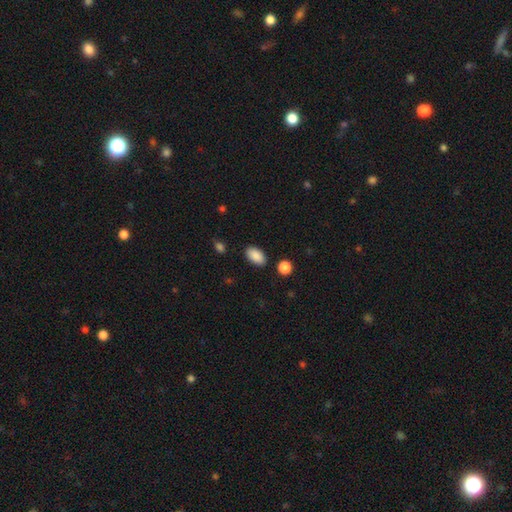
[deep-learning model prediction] A smooth galaxy with no disk features (89%) that is in between round and cigar-shaped (93%).

Vote fractions:
- Smooth or featured? smooth: 89% / star or artifact: 7% / featured or disk: 4%
- How rounded? in between: 93% / round: 5% / cigar-shaped: 2%
- Merging? none: 87% / minor disturbance: 9% / major disturbance: 2% / merger: 2%